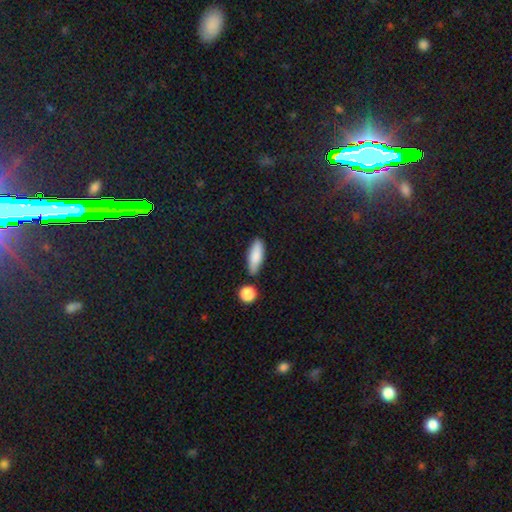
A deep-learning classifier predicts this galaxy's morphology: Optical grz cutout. It shows a smooth galaxy with no disk features (84%) that is in between round and cigar-shaped (65%). Merging: none (75%).